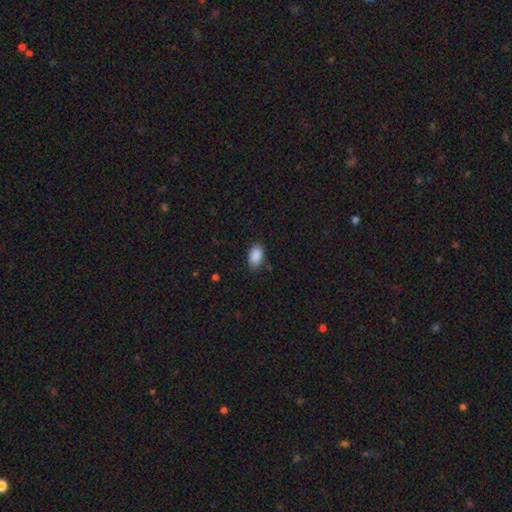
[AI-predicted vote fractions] smooth_or_featured: smooth (p=0.90) [alt: star or artifact p=0.07]
how_rounded: in between (p=0.91) [alt: round p=0.07]
merging: none (p=0.85) [alt: minor disturbance p=0.12]